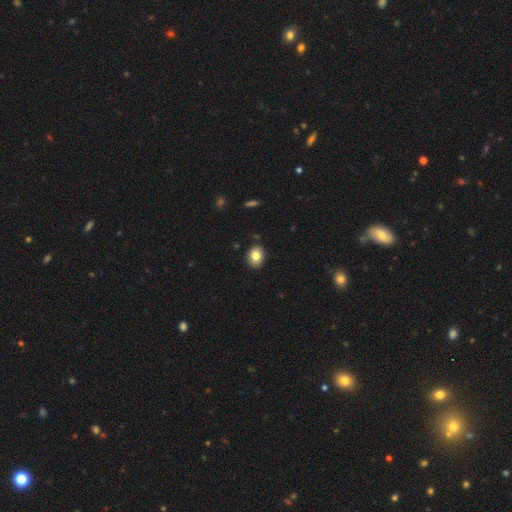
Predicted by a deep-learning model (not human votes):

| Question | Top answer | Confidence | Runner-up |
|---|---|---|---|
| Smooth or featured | smooth | 81% | featured or disk (10%) |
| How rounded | in between | 59% | round (40%) |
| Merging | none | 88% | minor disturbance (9%) |